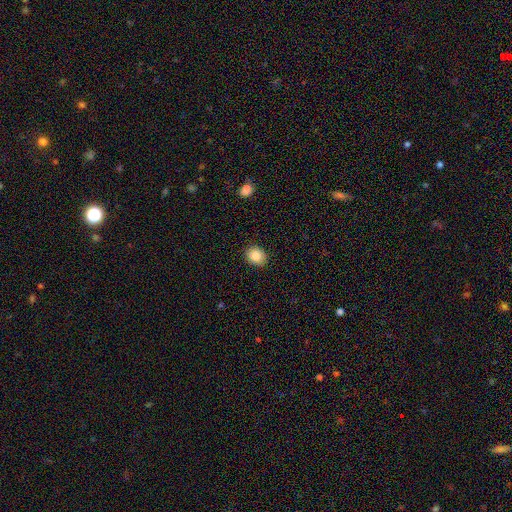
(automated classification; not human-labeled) smooth-or-featured: smooth: 86% | star or artifact: 8% | featured or disk: 5%
  how-rounded: round: 54% | in between: 45% | cigar-shaped: 1%
  merging: none: 90% | minor disturbance: 7% | major disturbance: 2% | merger: 1%